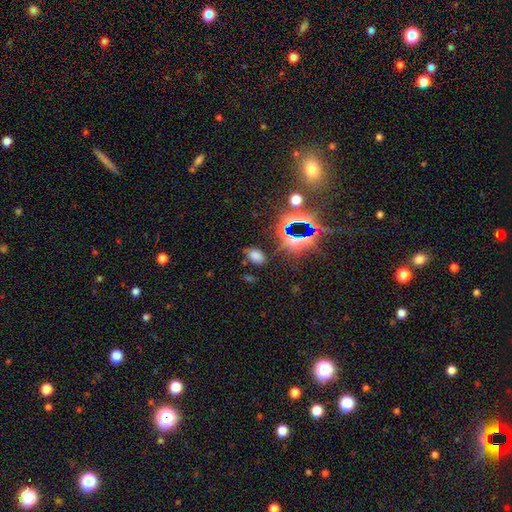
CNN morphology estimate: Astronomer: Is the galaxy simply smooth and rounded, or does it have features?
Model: smooth — 65%.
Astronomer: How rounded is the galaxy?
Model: in between — 86%.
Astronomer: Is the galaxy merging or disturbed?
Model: none — 74%.